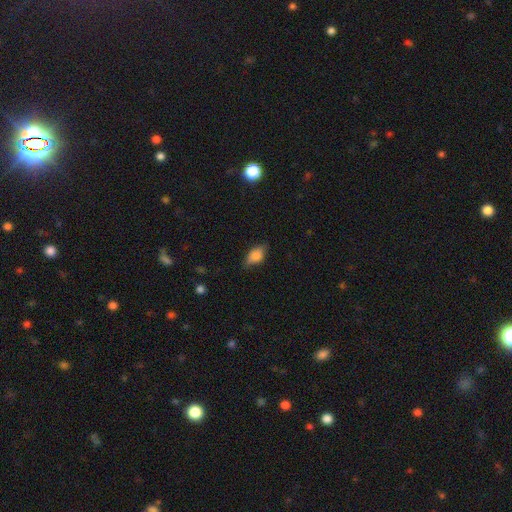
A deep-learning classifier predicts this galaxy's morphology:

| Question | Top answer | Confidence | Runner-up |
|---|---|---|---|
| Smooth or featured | smooth | 74% | featured or disk (17%) |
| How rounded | in between | 85% | round (8%) |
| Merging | none | 74% | minor disturbance (21%) |